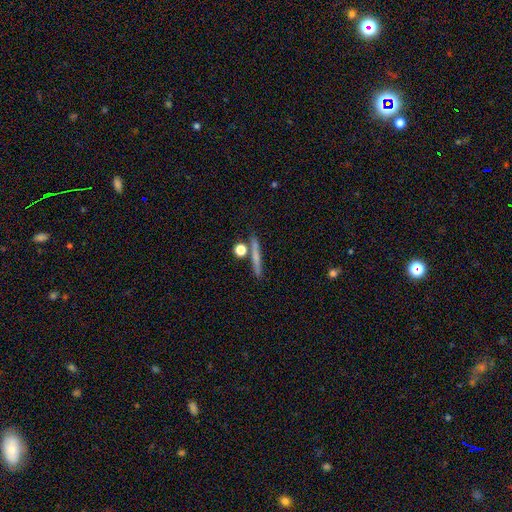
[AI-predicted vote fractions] smooth 61%, featured or disk 29%, star or artifact 9%. Down the decision tree: how rounded — cigar-shaped (79%); merging — none (77%).